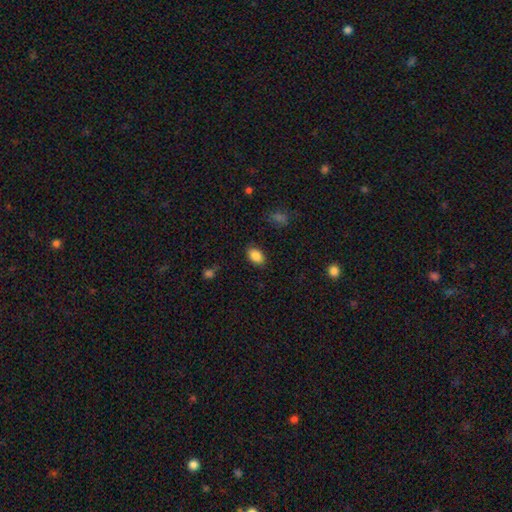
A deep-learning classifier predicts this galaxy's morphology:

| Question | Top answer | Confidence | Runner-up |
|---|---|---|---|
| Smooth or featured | smooth | 87% | star or artifact (8%) |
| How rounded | in between | 87% | round (12%) |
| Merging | none | 86% | minor disturbance (10%) |